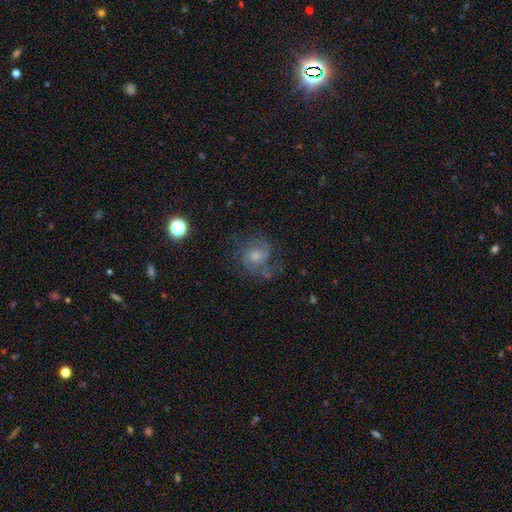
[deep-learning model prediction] A featured or disk galaxy (68%) with no bar (72%), 2 (35%) medium (46%) spiral arms (90%) and a small central bulge (46%). Merging: none (67%).